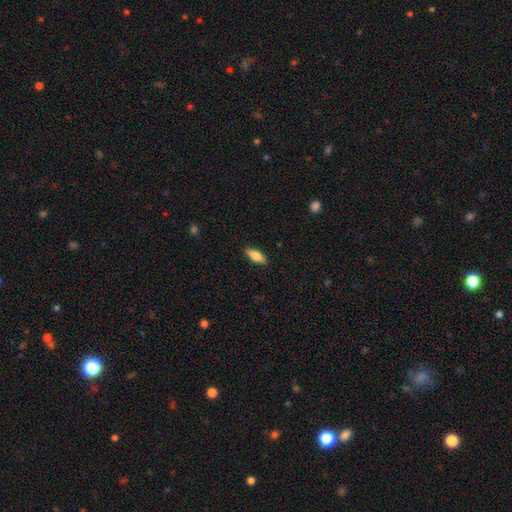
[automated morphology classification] smooth 77%, featured or disk 17%, star or artifact 6%. Down the decision tree: how rounded — in between (74%); merging — none (89%).